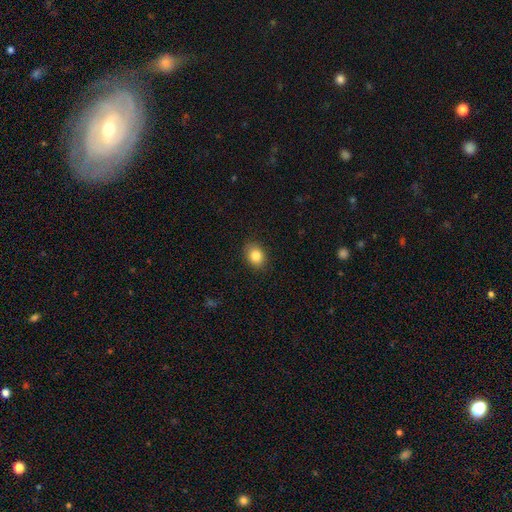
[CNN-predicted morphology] This is clearly a smooth galaxy (84%). How rounded: likely in between (63%). Merging: clearly none (88%).